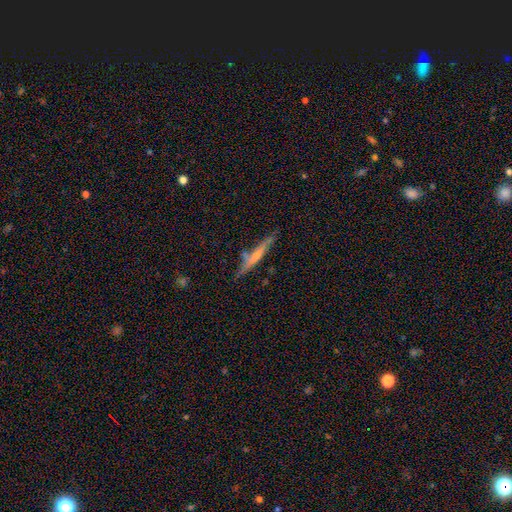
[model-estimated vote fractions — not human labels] This appears to be a featured or disk galaxy (50%). Merging: none (74%).